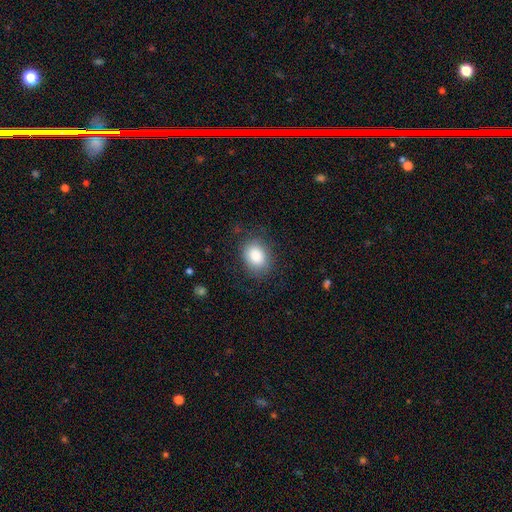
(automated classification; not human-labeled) Smooth or featured: smooth — 87% (star or artifact — 7%)
How rounded: in between — 62% (round — 38%)
Merging: none — 78% (minor disturbance — 15%)